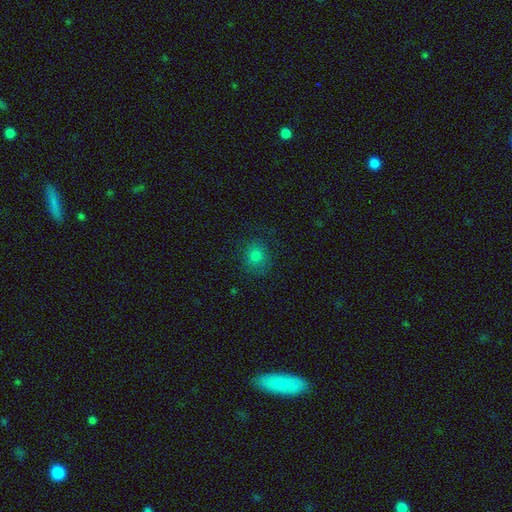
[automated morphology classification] smooth-or-featured: smooth: 78% | star or artifact: 14% | featured or disk: 8%
  how-rounded: round: 75% | in between: 24% | cigar-shaped: 1%
  merging: none: 78% | minor disturbance: 15% | major disturbance: 5% | merger: 1%